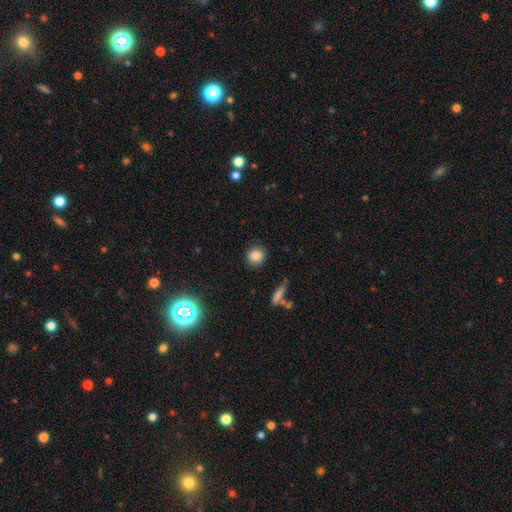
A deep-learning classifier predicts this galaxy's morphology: type=smooth (84%); roundness=round (86%); merging=none (88%).